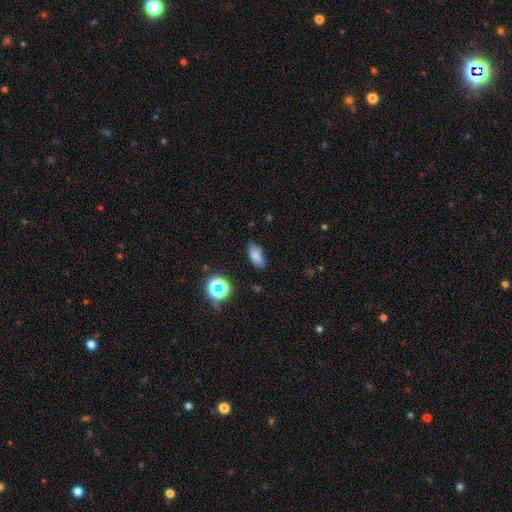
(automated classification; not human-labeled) Morphology: type=smooth (77%); roundness=in between (87%); merging=none (77%).